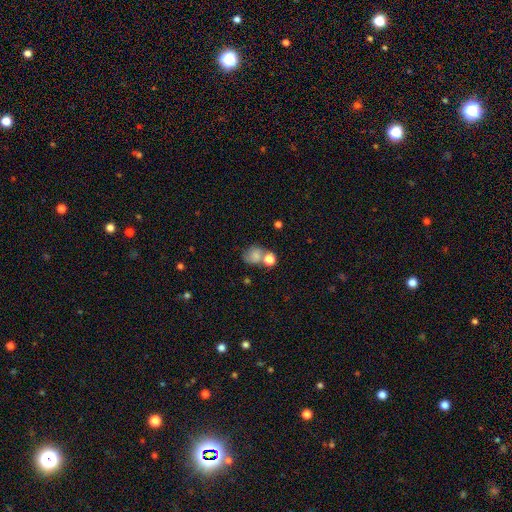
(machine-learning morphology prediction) The model was most divided on "merging": none: 41%, merger: 33%, minor disturbance: 17%, major disturbance: 9%. More confident: smooth or featured — smooth (67%); how rounded — round (62%).